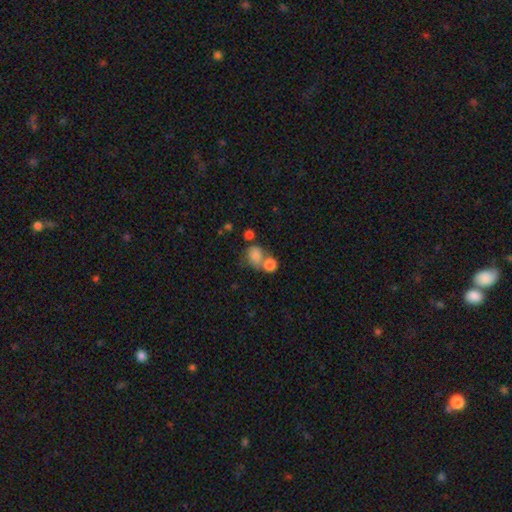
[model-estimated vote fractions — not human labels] Smooth or featured? Predicted: smooth (p=0.77). How rounded? Predicted: round (p=0.64). Merging? Predicted: merger (p=0.47).